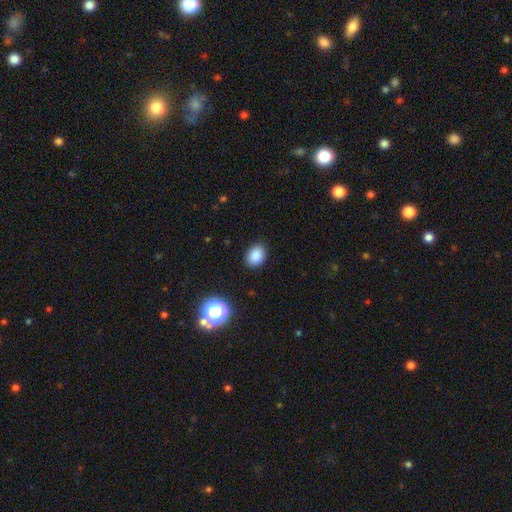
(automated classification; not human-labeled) Morphology: type=smooth (85%); roundness=in between (58%); merging=none (88%).